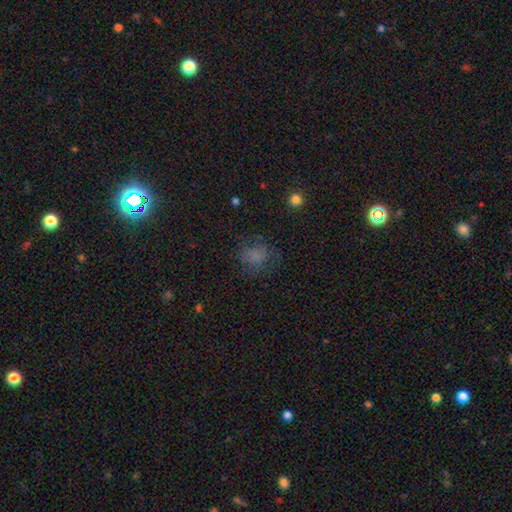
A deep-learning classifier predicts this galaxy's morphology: The model was most divided on "how rounded": round: 60%, in between: 39%, cigar-shaped: 1%. More confident: smooth or featured — smooth (66%); merging — none (60%).